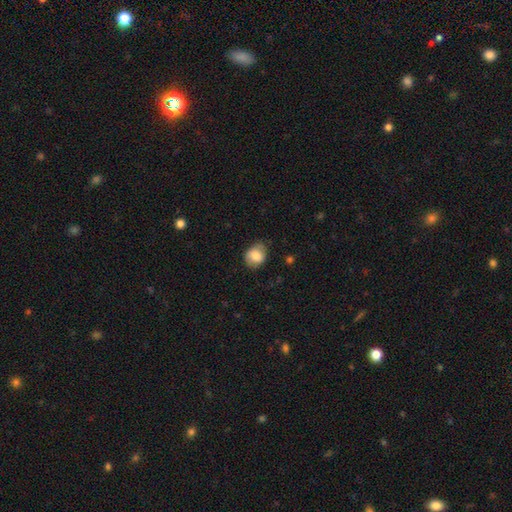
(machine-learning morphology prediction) type=smooth (77%); roundness=round (57%); merging=none (70%).